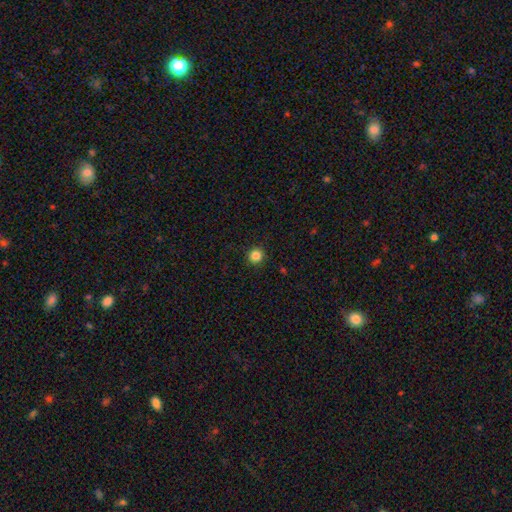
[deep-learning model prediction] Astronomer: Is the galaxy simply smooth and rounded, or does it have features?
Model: smooth — 85%.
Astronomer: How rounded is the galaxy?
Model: round — 95%.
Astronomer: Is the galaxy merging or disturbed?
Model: none — 92%.